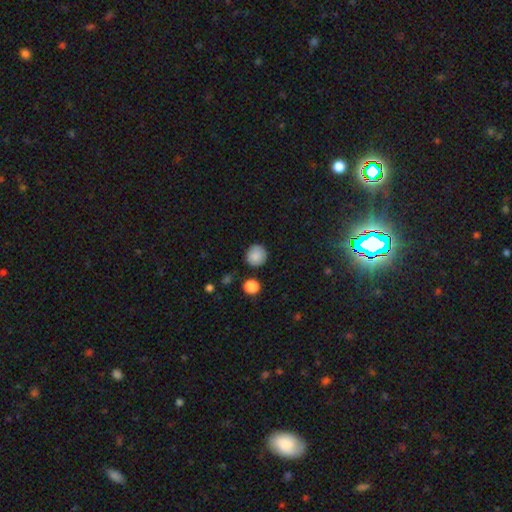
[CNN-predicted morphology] A smooth galaxy with no disk features (87%) that is round (91%).

Vote fractions:
- Smooth or featured? smooth: 87% / star or artifact: 9% / featured or disk: 4%
- How rounded? round: 91% / in between: 8% / cigar-shaped: 1%
- Merging? none: 87% / minor disturbance: 9% / merger: 2% / major disturbance: 2%